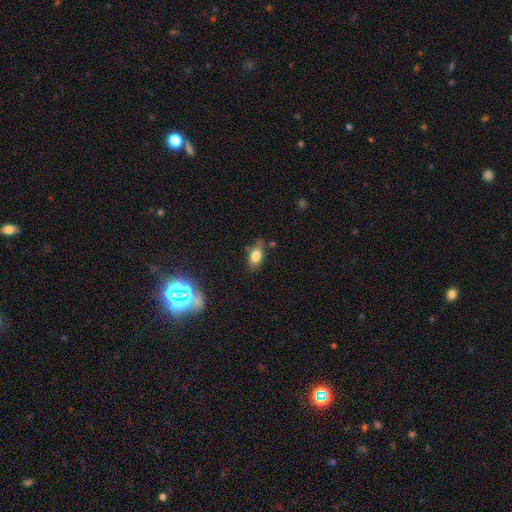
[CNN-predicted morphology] smooth_or_featured: smooth (p=0.78) [alt: featured or disk p=0.12]
how_rounded: in between (p=0.85) [alt: round p=0.10]
merging: none (p=0.66) [alt: minor disturbance p=0.23]